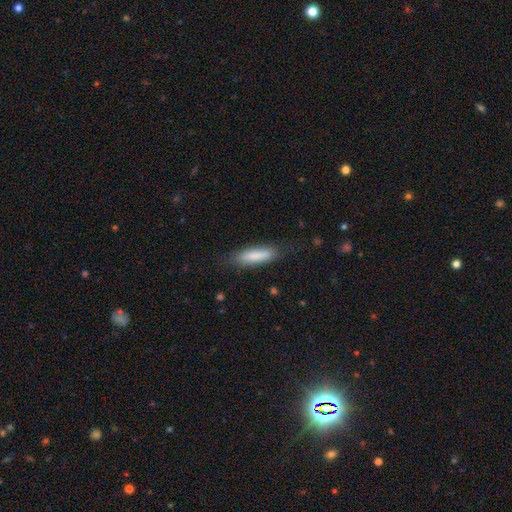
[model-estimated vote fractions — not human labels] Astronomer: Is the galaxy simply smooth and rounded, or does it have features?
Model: smooth — 82%.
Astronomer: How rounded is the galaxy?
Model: cigar-shaped — 65%.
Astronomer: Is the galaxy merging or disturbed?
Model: none — 80%.